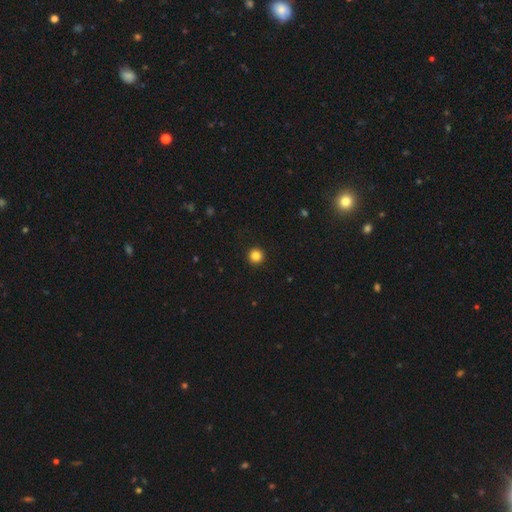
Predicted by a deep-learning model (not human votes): Overall: smooth (85%). How rounded: round (96%). Merging: none (94%).